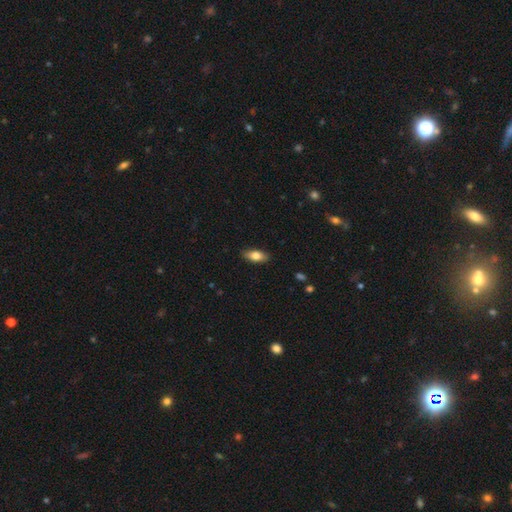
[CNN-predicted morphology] smooth-or-featured: smooth: 76% | featured or disk: 18% | star or artifact: 7%
  how-rounded: in between: 82% | cigar-shaped: 15% | round: 3%
  merging: none: 87% | minor disturbance: 10% | major disturbance: 2% | merger: 1%